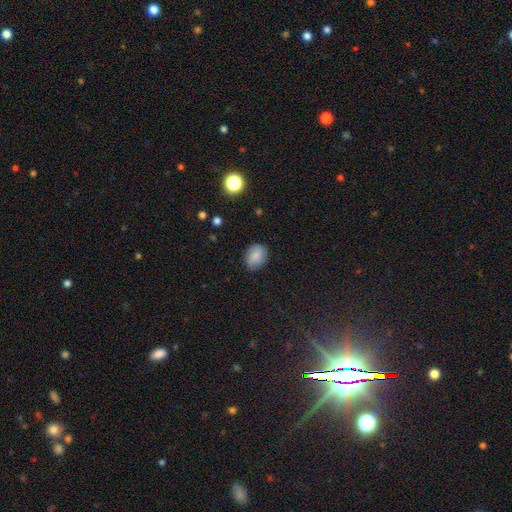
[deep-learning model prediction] Smooth or featured? smooth (82%)
How rounded? in between (55%)
Merging? none (81%)